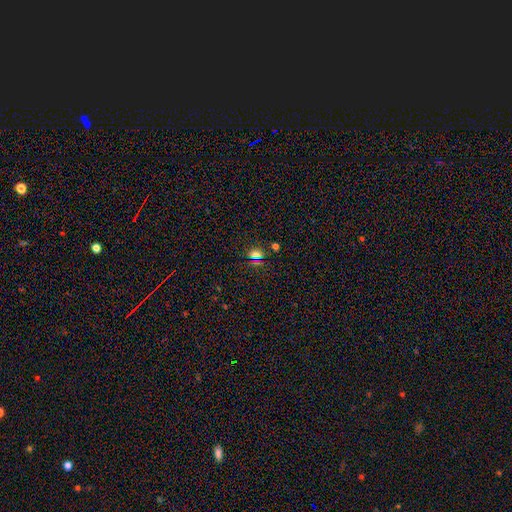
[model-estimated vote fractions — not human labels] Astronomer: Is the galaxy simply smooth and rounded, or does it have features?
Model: smooth — 49% (runner-up: star or artifact, 42%).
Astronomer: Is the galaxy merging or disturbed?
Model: none — 81%.